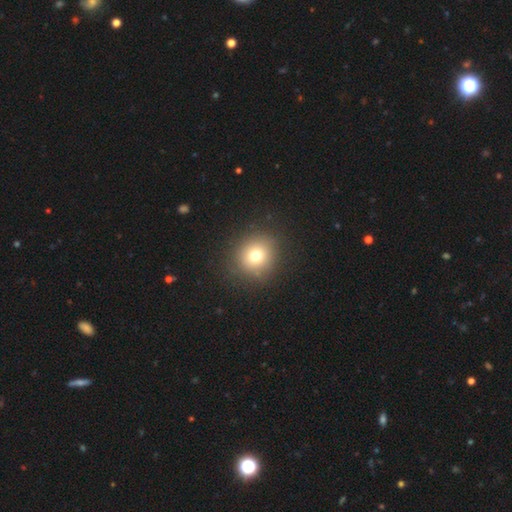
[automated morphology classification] Smooth or featured: smooth — 74% (star or artifact — 15%)
How rounded: round — 89% (in between — 10%)
Merging: none — 88% (minor disturbance — 8%)